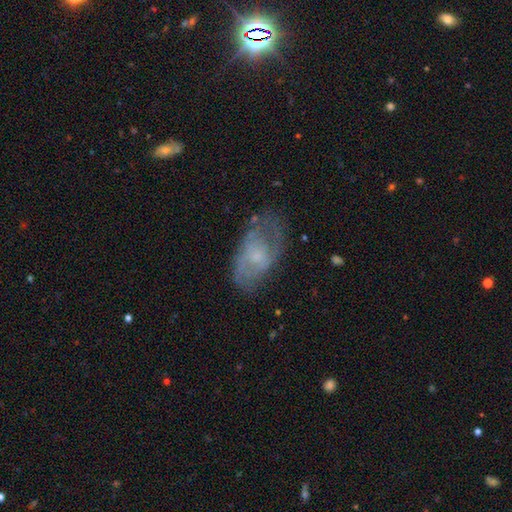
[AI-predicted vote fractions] Smooth or featured? Predicted: featured or disk (p=0.60). Edge-on disk? Predicted: no (p=0.94). Bar? Predicted: no (p=0.70). Spiral arms? Predicted: yes (p=0.67). Bulge size? Predicted: small (p=0.54). Merging? Predicted: none (p=0.54).